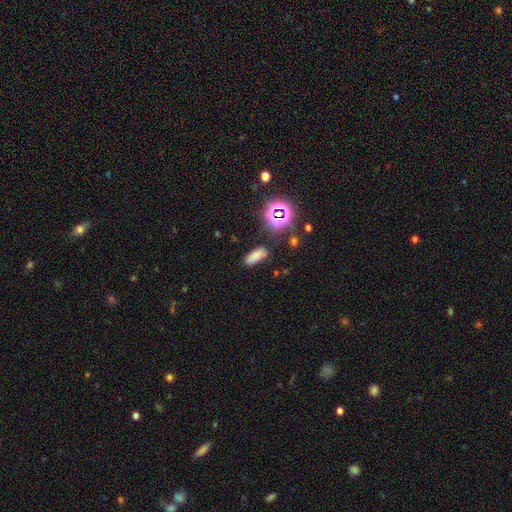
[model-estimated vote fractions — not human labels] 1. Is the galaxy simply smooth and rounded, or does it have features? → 73% smooth, 20% star or artifact, 7% featured or disk.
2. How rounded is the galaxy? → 79% in between, 17% cigar-shaped, 5% round.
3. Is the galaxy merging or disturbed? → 81% none, 12% minor disturbance, 4% major disturbance, 3% merger.